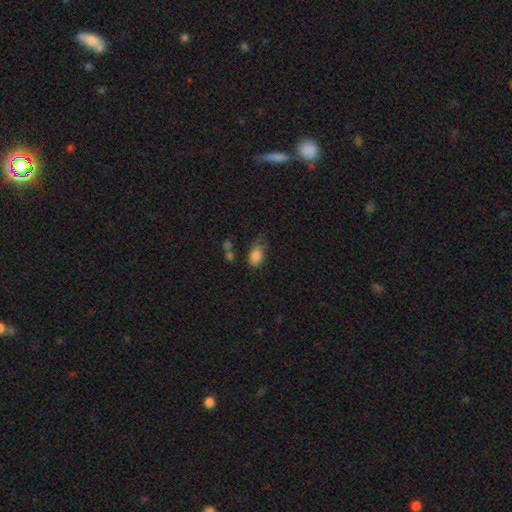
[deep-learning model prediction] This appears to be a smooth galaxy with no disk features (82%) that is in between round and cigar-shaped (86%). Merging: none (41%).